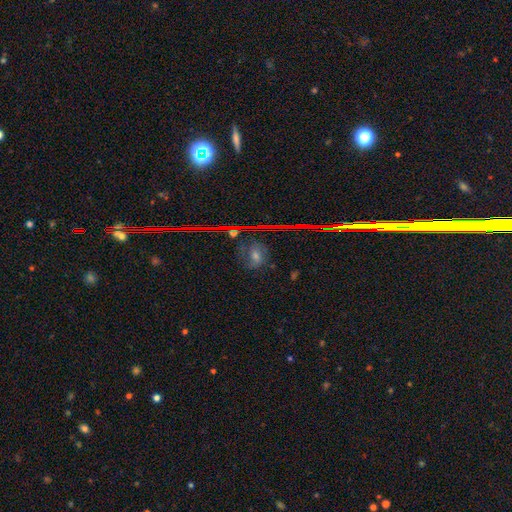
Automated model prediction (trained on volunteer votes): Smooth or featured? star or artifact (35%)